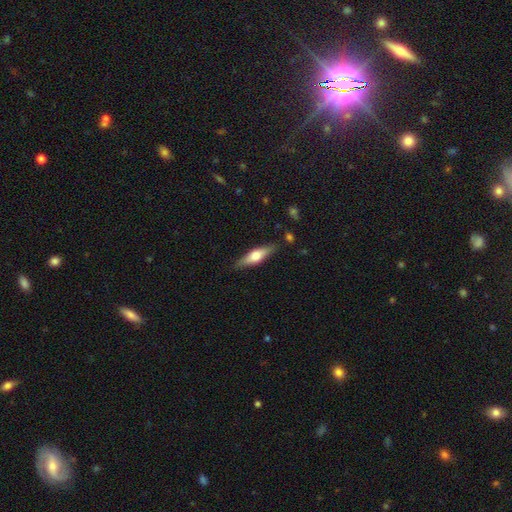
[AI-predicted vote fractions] A smooth galaxy with no disk features (51%) that is cigar-shaped (58%). Merging: none (85%).